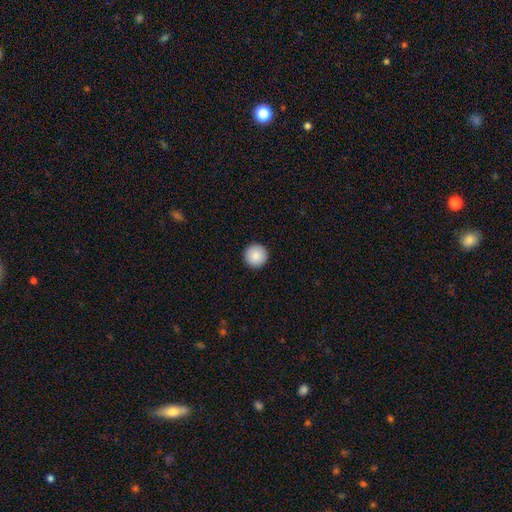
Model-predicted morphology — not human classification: Q: Smooth or featured?
A: smooth (89%); runner-up: star or artifact (8%)
Q: How rounded?
A: round (97%); runner-up: in between (2%)
Q: Merging?
A: none (94%); runner-up: minor disturbance (4%)